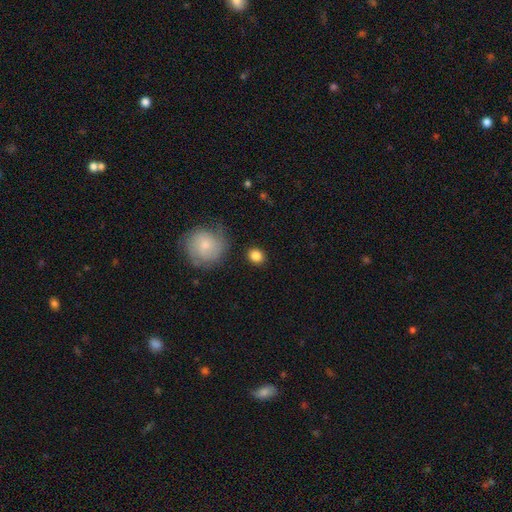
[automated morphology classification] smooth-or-featured: smooth: 85% | featured or disk: 8% | star or artifact: 7%
  how-rounded: round: 78% | in between: 21% | cigar-shaped: 1%
  merging: none: 85% | minor disturbance: 9% | merger: 3% | major disturbance: 3%